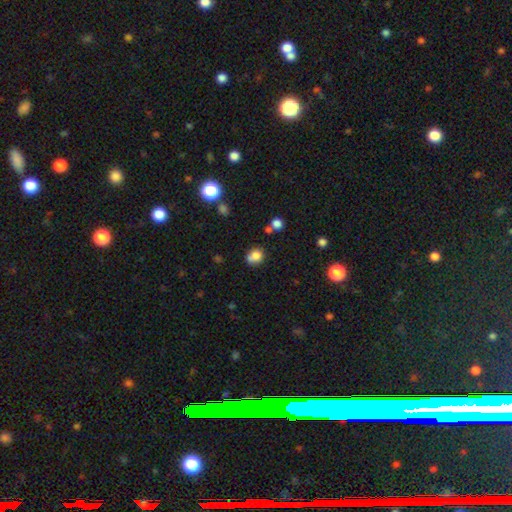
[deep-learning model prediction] Q: Smooth or featured?
A: smooth (80%); runner-up: star or artifact (12%)
Q: How rounded?
A: round (64%); runner-up: in between (35%)
Q: Merging?
A: none (56%); runner-up: minor disturbance (19%)